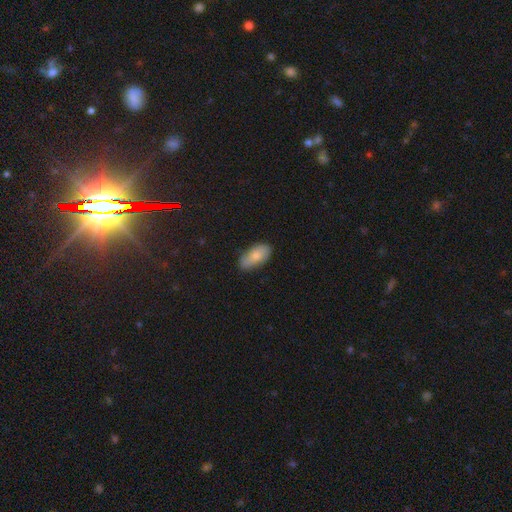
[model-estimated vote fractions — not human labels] A smooth galaxy with no disk features (78%) that is in between round and cigar-shaped (91%). Merging: none (75%).